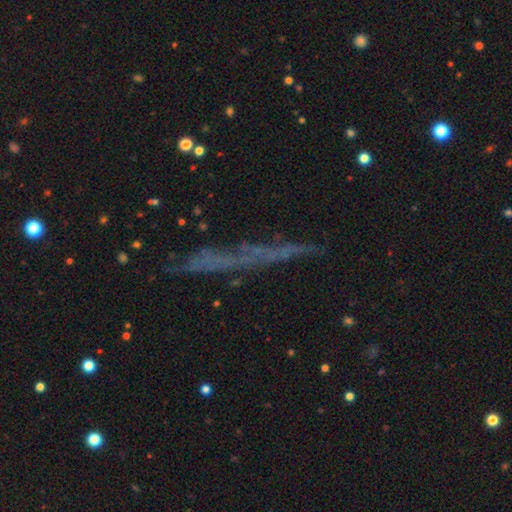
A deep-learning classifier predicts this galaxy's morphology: Smooth or featured?
  - featured or disk: 36% *
  - smooth: 33%
  - star or artifact: 30%
Merging?
  - none: 74% *
  - minor disturbance: 15%
  - major disturbance: 8%
  - merger: 4%